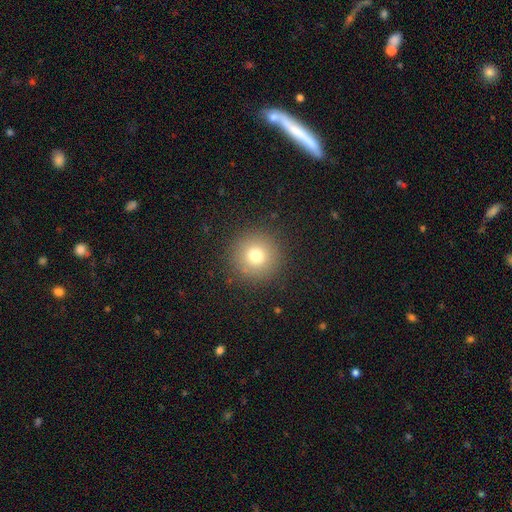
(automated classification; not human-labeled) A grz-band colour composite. It shows a smooth galaxy with no disk features (76%) that is round (96%). Merging: none (90%).